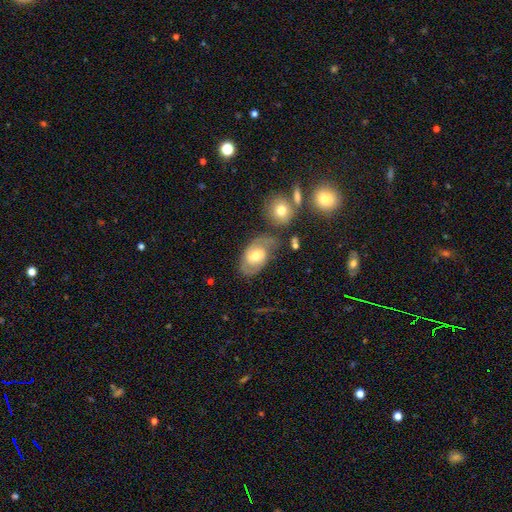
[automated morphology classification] The model was most divided on "smooth or featured": smooth: 47%, featured or disk: 45%, star or artifact: 8%. More confident: merging — none (50%).